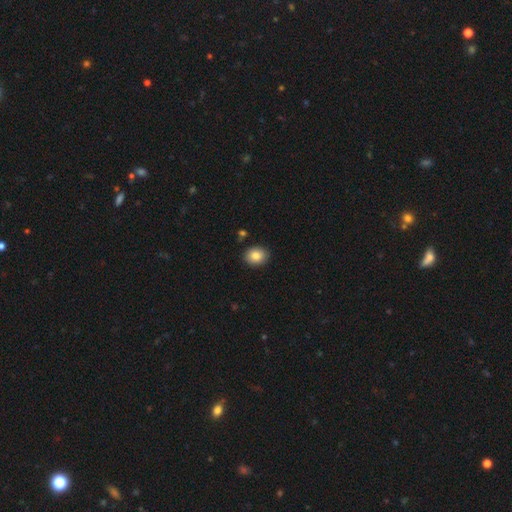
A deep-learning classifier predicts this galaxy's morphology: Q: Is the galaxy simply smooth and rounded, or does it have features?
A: smooth — 85%.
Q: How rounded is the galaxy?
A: in between — 50%.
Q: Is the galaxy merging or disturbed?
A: none — 88%.